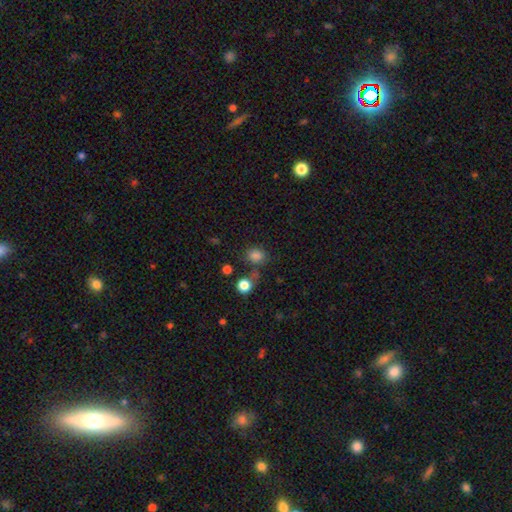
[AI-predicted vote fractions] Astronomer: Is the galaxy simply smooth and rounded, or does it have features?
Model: smooth — 81%.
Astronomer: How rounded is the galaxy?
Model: round — 62% (runner-up: in between, 37%).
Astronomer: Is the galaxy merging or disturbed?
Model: none — 66%.